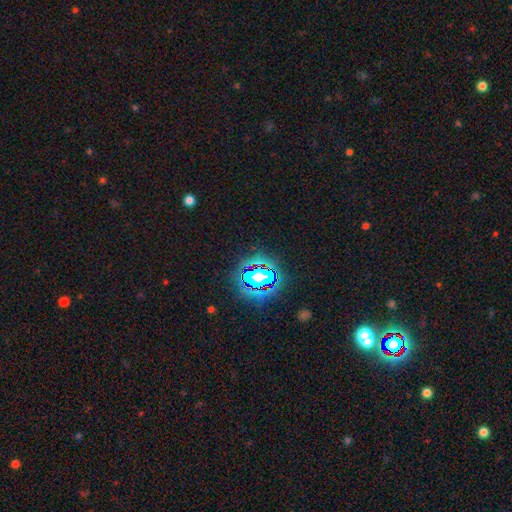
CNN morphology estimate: Smooth or featured?
  - star or artifact: 83% *
  - smooth: 10%
  - featured or disk: 7%